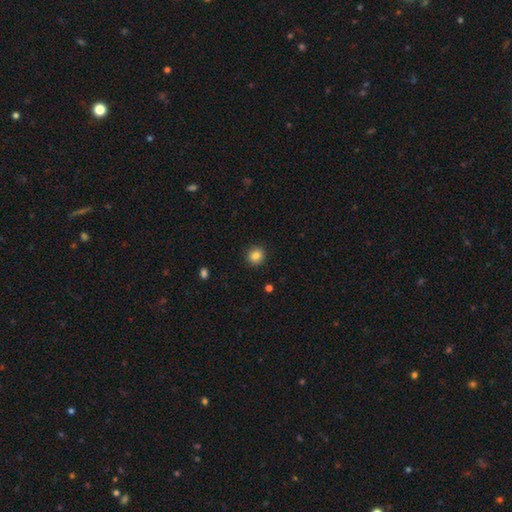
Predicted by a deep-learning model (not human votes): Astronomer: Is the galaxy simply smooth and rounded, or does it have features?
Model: smooth — 85%.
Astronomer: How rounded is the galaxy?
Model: round — 89%.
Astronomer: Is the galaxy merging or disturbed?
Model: none — 91%.